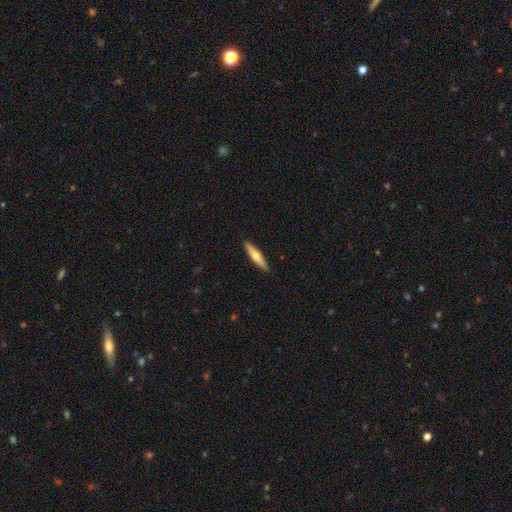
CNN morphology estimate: type=smooth (52%); roundness=cigar-shaped (84%); merging=none (91%).